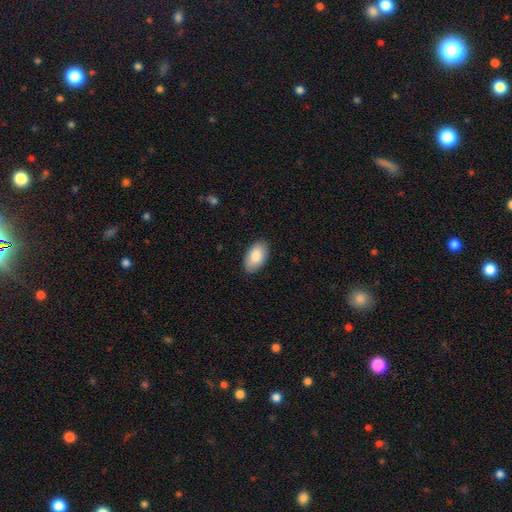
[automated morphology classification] A smooth galaxy with no disk features (84%) that is in between round and cigar-shaped (95%). Merging: none (88%).